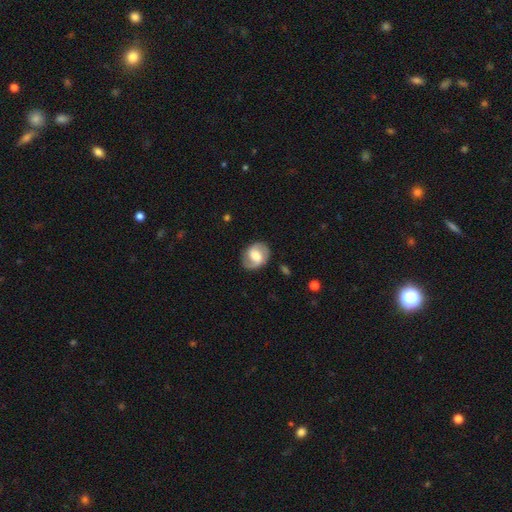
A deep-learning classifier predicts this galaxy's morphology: type=featured or disk (64%); edge-on=no (97%); bar=weak (48%); spiral arms=yes (84%); winding=medium (45%); arm count=2 (86%); bulge=moderate (46%); merging=none (80%).